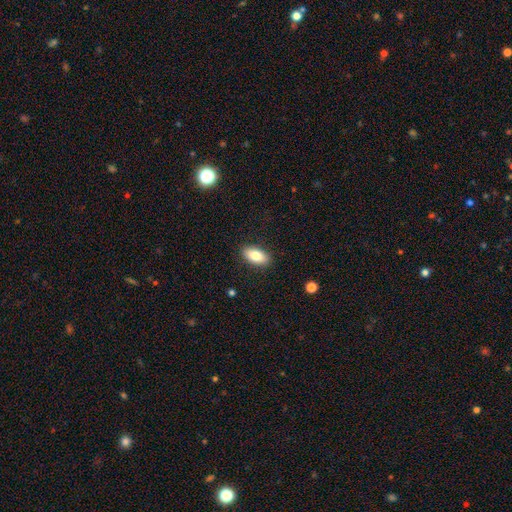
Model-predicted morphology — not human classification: This appears to be a smooth galaxy with no disk features (82%) that is in between round and cigar-shaped (91%). Merging: none (88%).